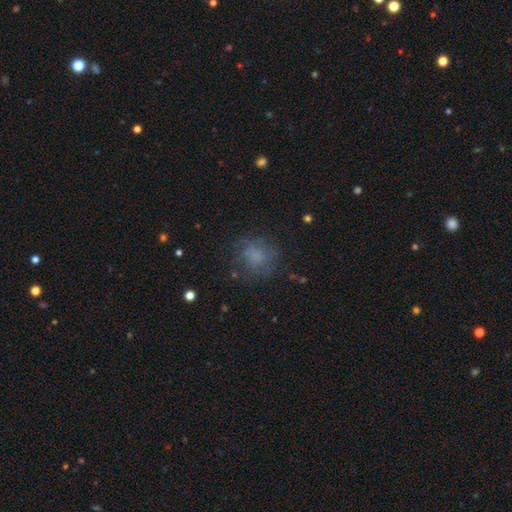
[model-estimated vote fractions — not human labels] This is possibly a smooth galaxy (55%). How rounded: likely round (77%). Merging: likely none (66%).